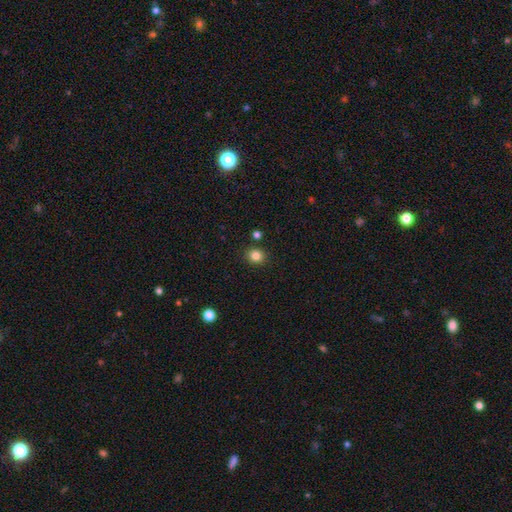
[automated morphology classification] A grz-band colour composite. It shows a smooth galaxy with no disk features (84%) that is round (83%). Merging: none (88%).